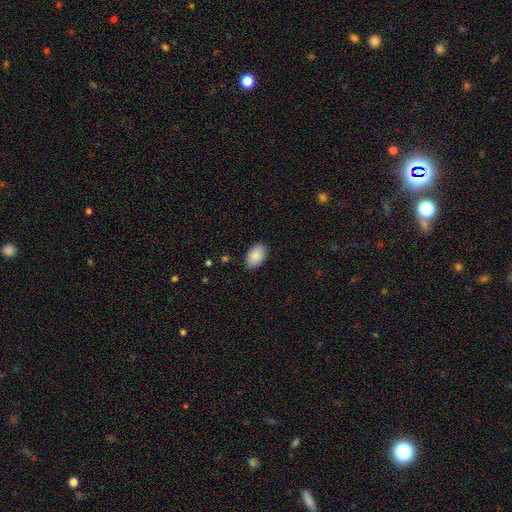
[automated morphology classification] This appears to be a smooth galaxy with no disk features (89%) that is in between round and cigar-shaped (90%). Merging: none (87%).